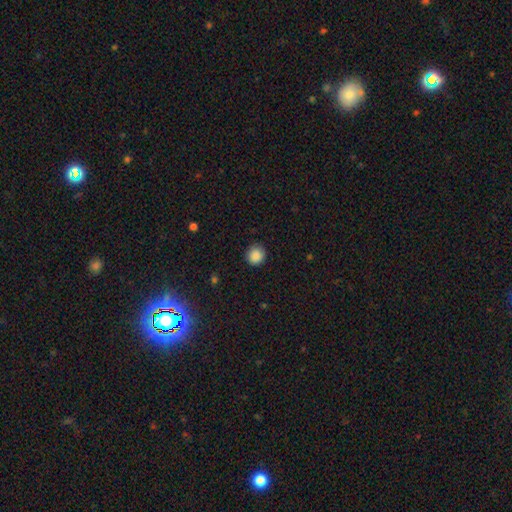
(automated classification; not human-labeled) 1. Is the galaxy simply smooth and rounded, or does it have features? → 88% smooth, 9% star or artifact, 3% featured or disk.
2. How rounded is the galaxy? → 90% round, 9% in between, 1% cigar-shaped.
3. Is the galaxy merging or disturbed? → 89% none, 8% minor disturbance, 2% major disturbance, 1% merger.